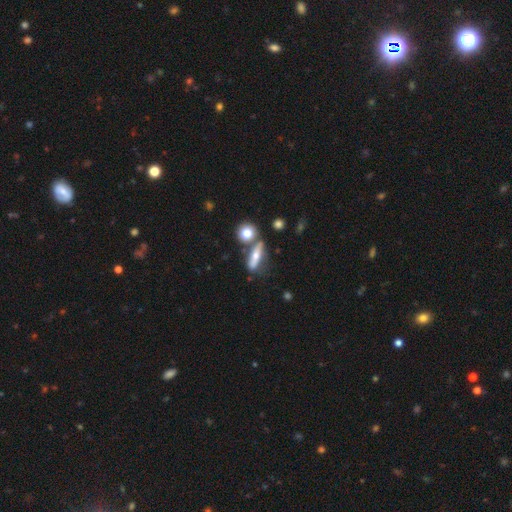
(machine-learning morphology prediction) smooth_or_featured: smooth (p=0.48) [alt: featured or disk p=0.43]
merging: none (p=0.58) [alt: merger p=0.19]